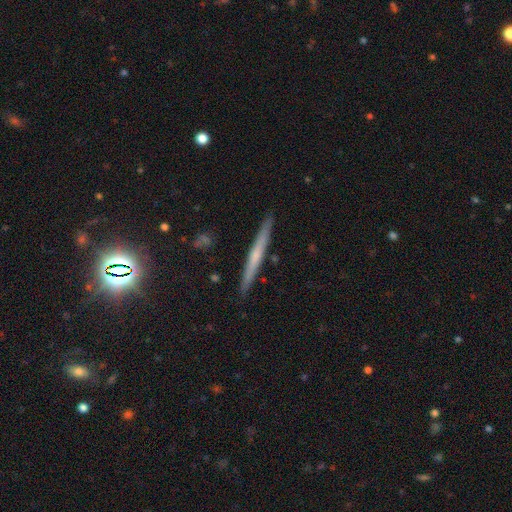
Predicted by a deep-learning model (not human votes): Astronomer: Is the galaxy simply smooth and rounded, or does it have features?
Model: featured or disk — 53% (runner-up: smooth, 40%).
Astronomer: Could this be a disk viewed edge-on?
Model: yes — 97%.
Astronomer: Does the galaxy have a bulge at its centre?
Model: none — 63%.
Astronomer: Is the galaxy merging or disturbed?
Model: none — 91%.